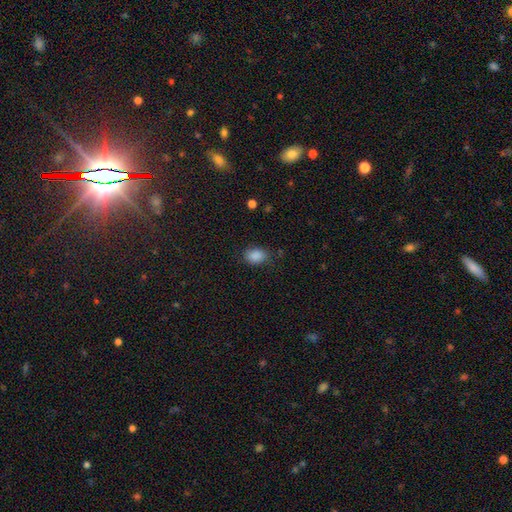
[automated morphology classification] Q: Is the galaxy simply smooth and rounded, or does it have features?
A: smooth — 87%.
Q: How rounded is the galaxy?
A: in between — 75%.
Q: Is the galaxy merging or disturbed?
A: none — 77%.